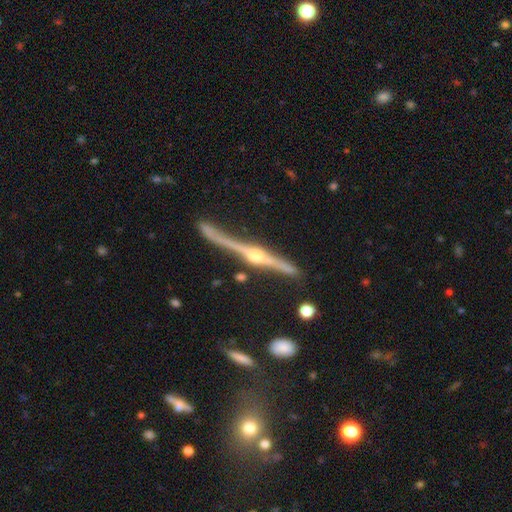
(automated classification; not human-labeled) Smooth or featured?
  - featured or disk: 88% *
  - smooth: 7%
  - star or artifact: 6%
Edge-on disk?
  - yes: 97% *
  - no: 3%
Edge-on bulge?
  - rounded: 94% *
  - boxy: 3%
  - none: 3%
Merging?
  - none: 77% *
  - minor disturbance: 15%
  - major disturbance: 4%
  - merger: 4%